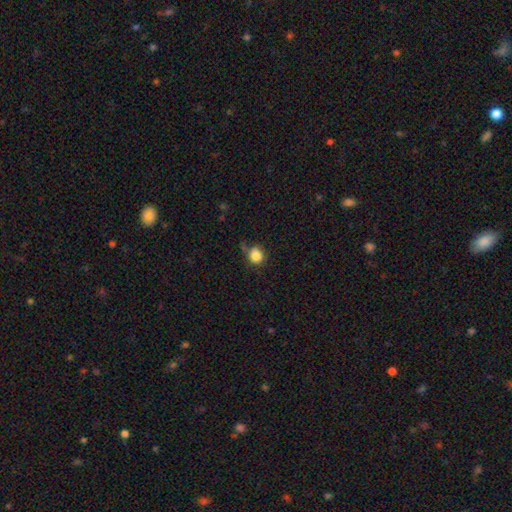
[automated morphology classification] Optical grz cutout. It shows a smooth galaxy with no disk features (84%) that is round (80%). Merging: none (65%).